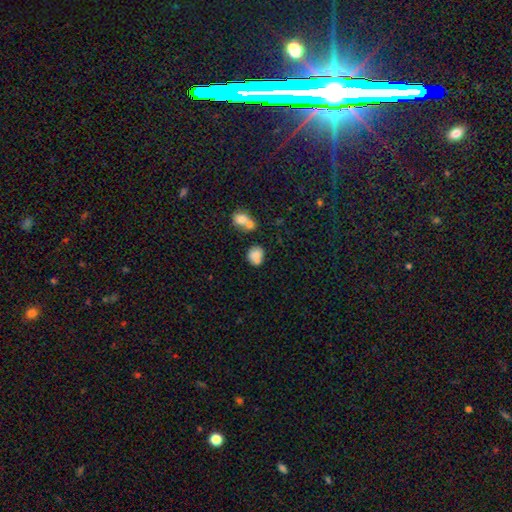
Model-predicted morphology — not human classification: A smooth galaxy with no disk features (80%) that is round (62%).

Vote fractions:
- Smooth or featured? smooth: 80% / featured or disk: 10% / star or artifact: 10%
- How rounded? round: 62% / in between: 37% / cigar-shaped: 1%
- Merging? none: 50% / merger: 27% / minor disturbance: 18% / major disturbance: 6%